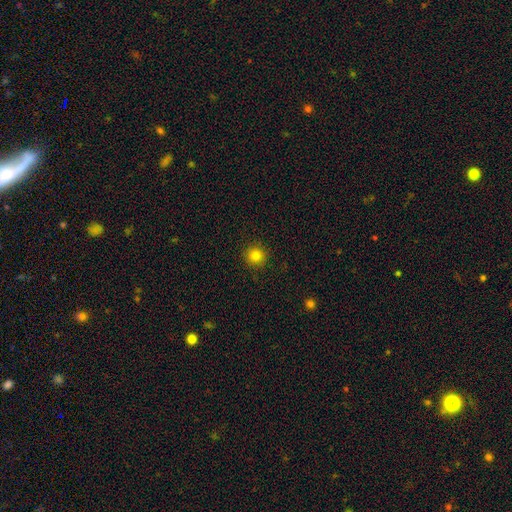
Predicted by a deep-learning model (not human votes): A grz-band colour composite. It shows a smooth galaxy with no disk features (81%) that is round (94%). Merging: none (92%).